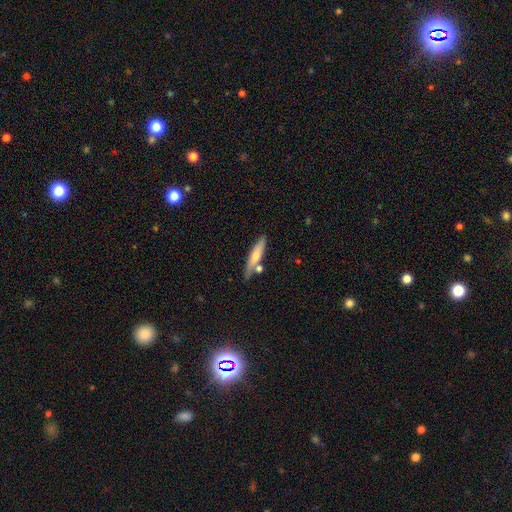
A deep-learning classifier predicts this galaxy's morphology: The model was most divided on "smooth or featured": smooth: 63%, featured or disk: 31%, star or artifact: 6%. More confident: how rounded — cigar-shaped (81%); merging — none (66%).